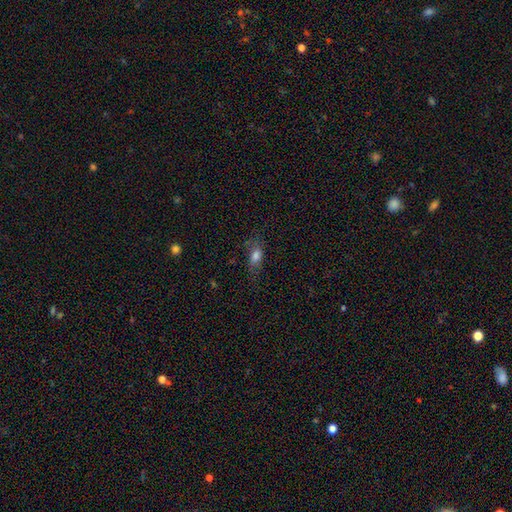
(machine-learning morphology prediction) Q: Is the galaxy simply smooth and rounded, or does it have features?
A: smooth — 74%.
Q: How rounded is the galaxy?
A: in between — 77%.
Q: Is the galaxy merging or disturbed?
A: none — 66%.